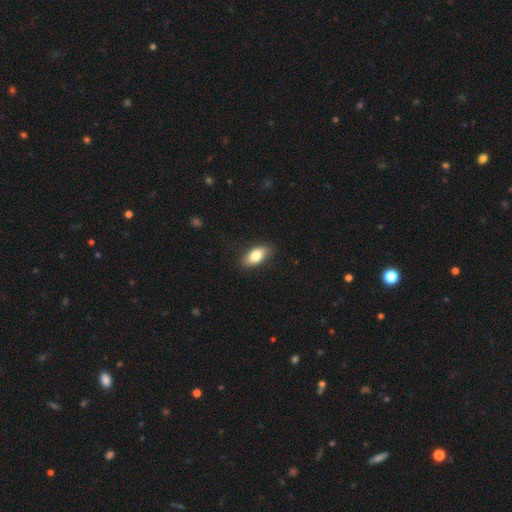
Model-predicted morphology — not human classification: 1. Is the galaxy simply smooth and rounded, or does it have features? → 80% smooth, 13% featured or disk, 6% star or artifact.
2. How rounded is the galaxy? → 89% in between, 7% cigar-shaped, 4% round.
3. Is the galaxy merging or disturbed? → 84% none, 12% minor disturbance, 3% major disturbance, 1% merger.